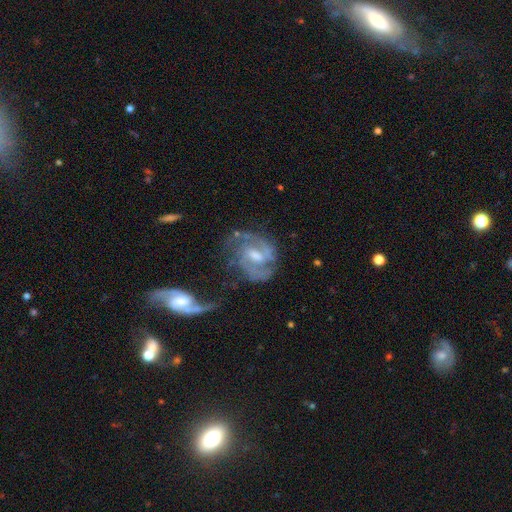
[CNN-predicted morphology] Smooth or featured: featured or disk — 87% (smooth — 7%)
Edge-on disk: no — 97% (yes — 3%)
Bar: weak — 57% (no — 25%)
Spiral arms: yes — 95% (no — 5%)
Spiral winding: medium — 50% (tight — 33%)
Spiral arm count: 2 — 73% (can't tell — 10%)
Bulge size: moderate — 53% (small — 32%)
Merging: none — 57% (minor disturbance — 21%)